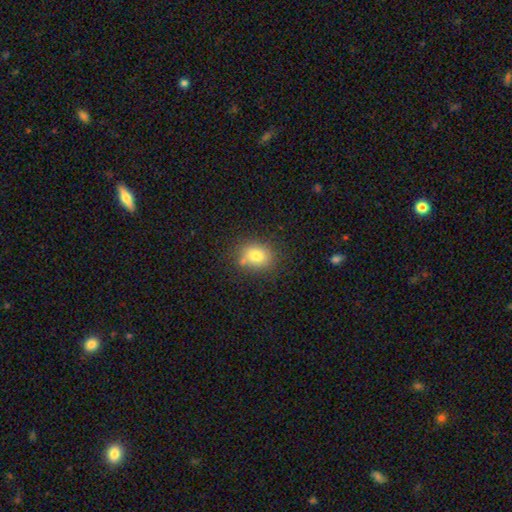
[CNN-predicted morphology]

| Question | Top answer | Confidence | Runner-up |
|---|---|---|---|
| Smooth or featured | smooth | 78% | featured or disk (11%) |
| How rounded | in between | 53% | round (46%) |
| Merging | none | 70% | minor disturbance (17%) |